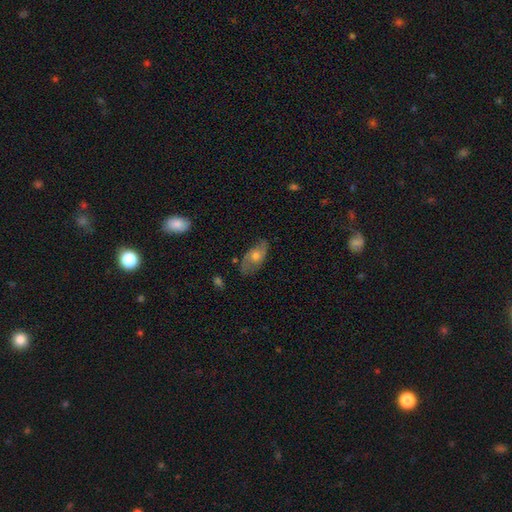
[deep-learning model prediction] Q: Smooth or featured?
A: featured or disk (48%); runner-up: smooth (44%)
Q: Merging?
A: none (69%); runner-up: minor disturbance (23%)